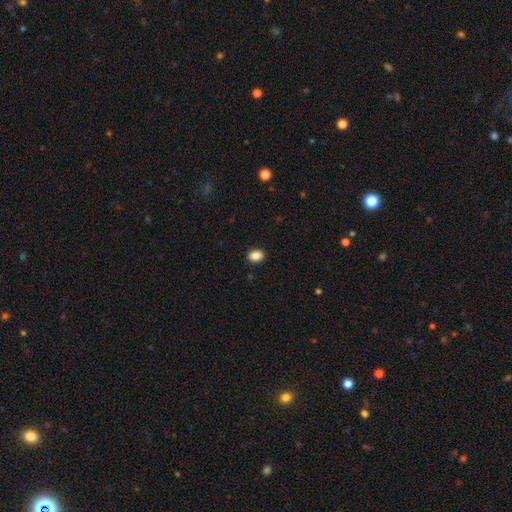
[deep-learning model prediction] This appears to be a smooth galaxy with no disk features (88%) that is in between round and cigar-shaped (69%). Merging: none (90%).